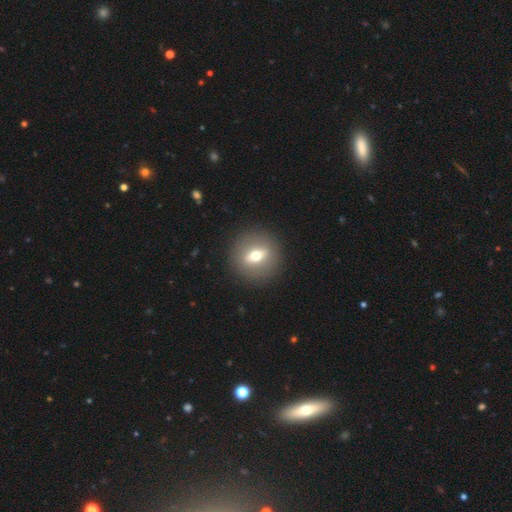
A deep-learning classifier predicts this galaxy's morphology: A smooth galaxy with no disk features (47%).

Vote fractions:
- Smooth or featured? smooth: 47% / featured or disk: 44% / star or artifact: 9%
- Merging? none: 89% / minor disturbance: 6% / major disturbance: 3% / merger: 1%